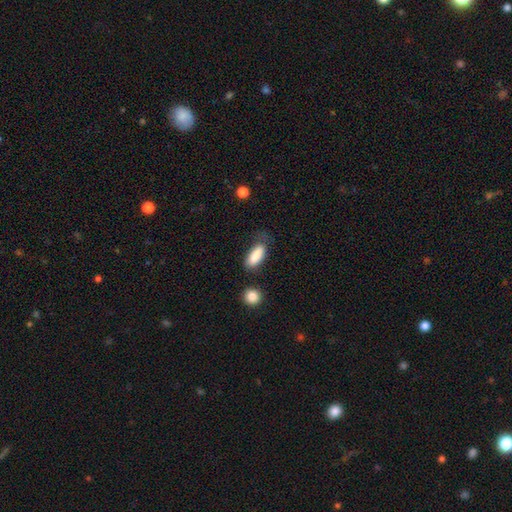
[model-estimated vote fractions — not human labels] smooth 87%, star or artifact 7%, featured or disk 6%. Down the decision tree: how rounded — in between (76%); merging — none (64%).